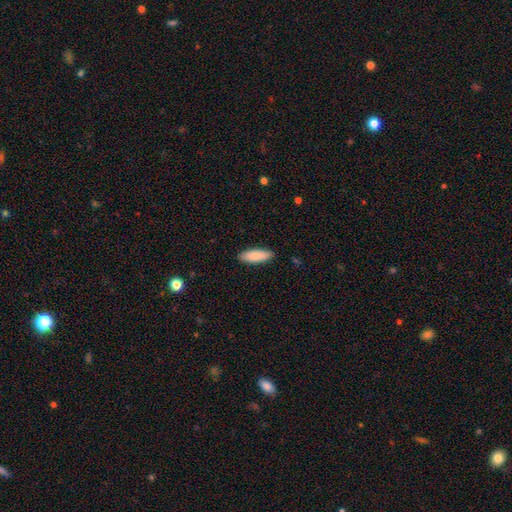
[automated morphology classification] This appears to be a smooth galaxy with no disk features (88%) that is in between round and cigar-shaped (64%). Merging: none (89%).